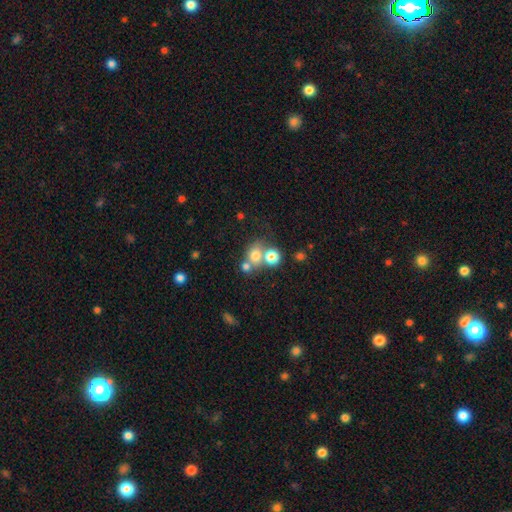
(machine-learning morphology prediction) A smooth galaxy with no disk features (71%) that is round (71%).

Vote fractions:
- Smooth or featured? smooth: 71% / star or artifact: 15% / featured or disk: 13%
- How rounded? round: 71% / in between: 28% / cigar-shaped: 1%
- Merging? none: 43% / merger: 42% / minor disturbance: 10% / major disturbance: 6%